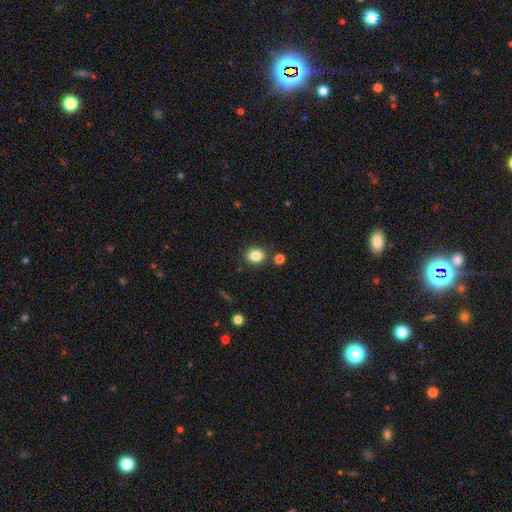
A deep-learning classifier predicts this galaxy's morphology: smooth_or_featured: smooth (p=0.84) [alt: star or artifact p=0.10]
how_rounded: round (p=0.52) [alt: in between p=0.47]
merging: none (p=0.80) [alt: minor disturbance p=0.10]